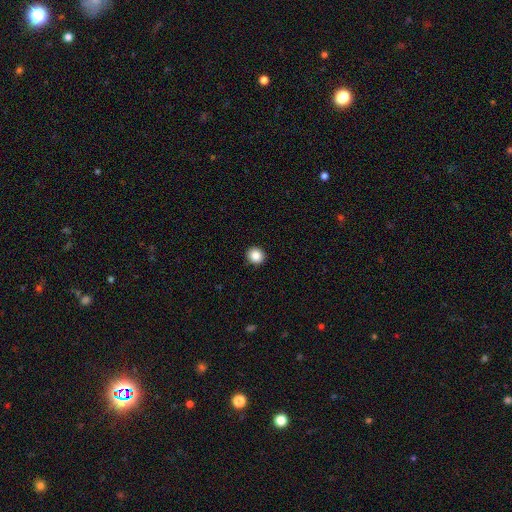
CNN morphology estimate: smooth_or_featured: smooth (p=0.87) [alt: star or artifact p=0.09]
how_rounded: round (p=0.89) [alt: in between p=0.10]
merging: none (p=0.93) [alt: minor disturbance p=0.05]